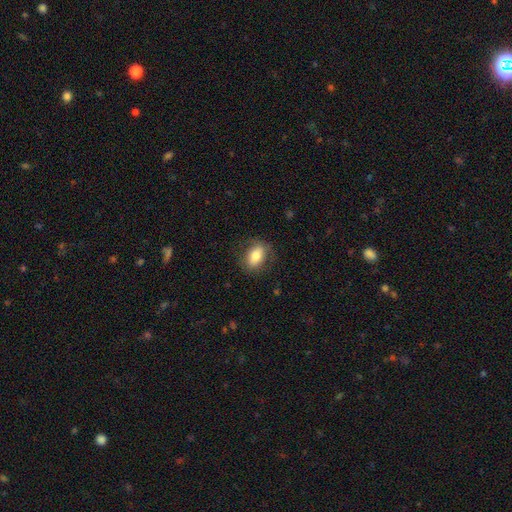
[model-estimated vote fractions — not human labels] This is likely a smooth galaxy (77%). How rounded: clearly in between (83%). Merging: likely none (78%).